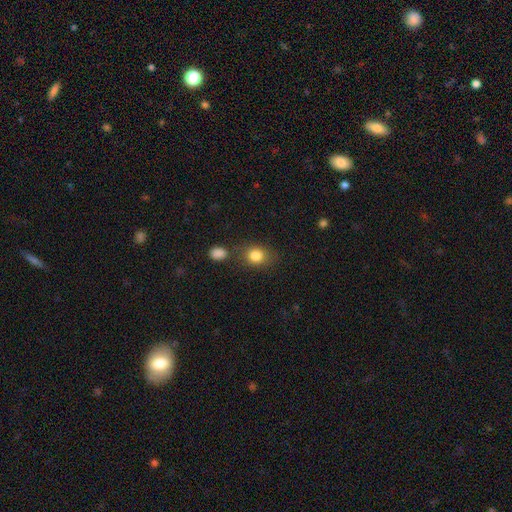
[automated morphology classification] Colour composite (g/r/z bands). It shows a smooth galaxy with no disk features (83%) that is round (54%). Merging: none (69%).